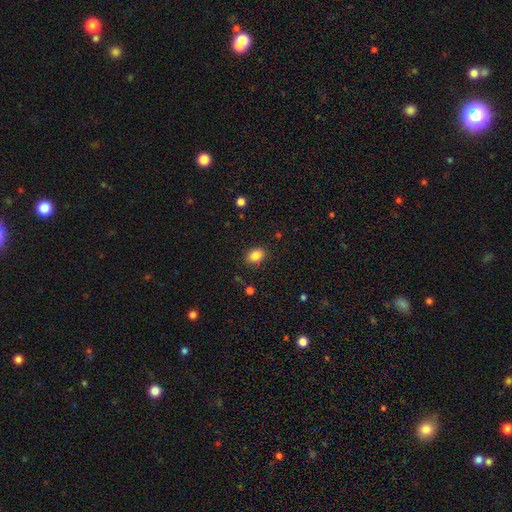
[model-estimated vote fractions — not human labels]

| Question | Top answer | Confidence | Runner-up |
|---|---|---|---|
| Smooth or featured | smooth | 84% | star or artifact (10%) |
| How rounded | in between | 61% | round (38%) |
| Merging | none | 85% | minor disturbance (11%) |